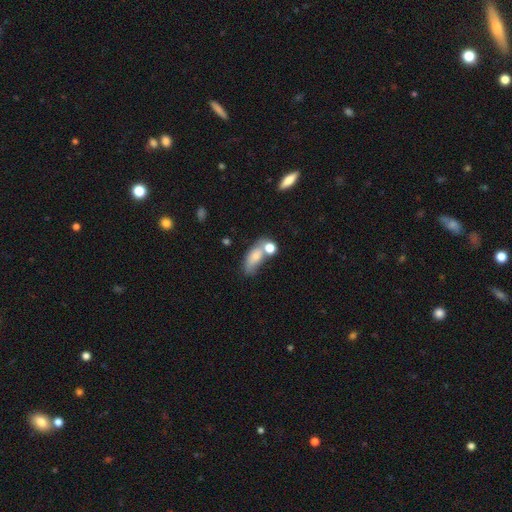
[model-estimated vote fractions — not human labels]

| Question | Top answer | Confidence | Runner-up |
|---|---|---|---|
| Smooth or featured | smooth | 72% | featured or disk (18%) |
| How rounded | in between | 78% | cigar-shaped (12%) |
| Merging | none | 35% | merger (33%) |